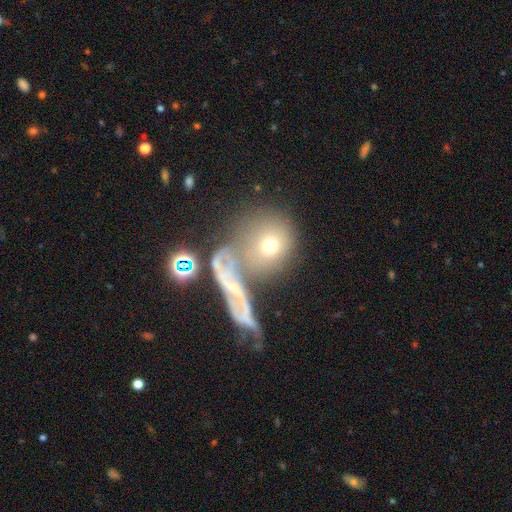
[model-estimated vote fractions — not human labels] Smooth or featured: smooth — 38% (featured or disk — 35%)
Merging: none — 50% (merger — 30%)